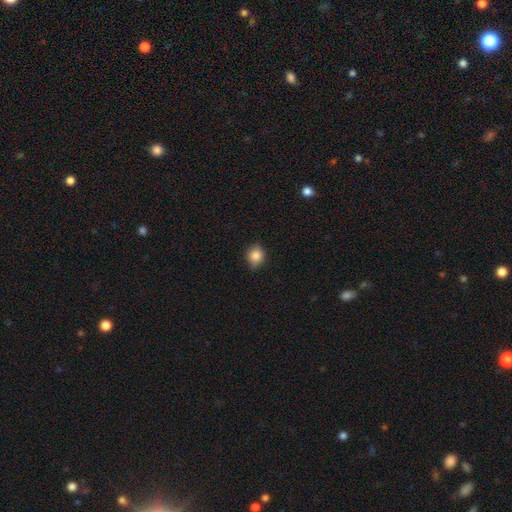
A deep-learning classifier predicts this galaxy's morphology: Q: Smooth or featured?
A: smooth (85%); runner-up: star or artifact (9%)
Q: How rounded?
A: round (74%); runner-up: in between (24%)
Q: Merging?
A: none (76%); runner-up: minor disturbance (20%)